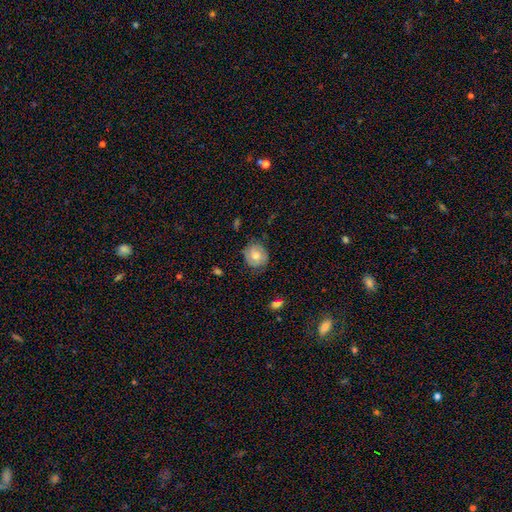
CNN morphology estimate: Q: Smooth or featured?
A: smooth (71%); runner-up: featured or disk (21%)
Q: How rounded?
A: round (82%); runner-up: in between (17%)
Q: Merging?
A: none (74%); runner-up: minor disturbance (20%)